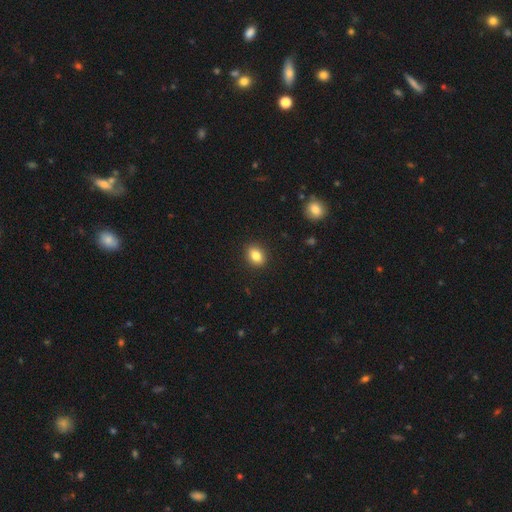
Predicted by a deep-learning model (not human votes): Morphology: type=smooth (83%); roundness=in between (65%); merging=none (90%).